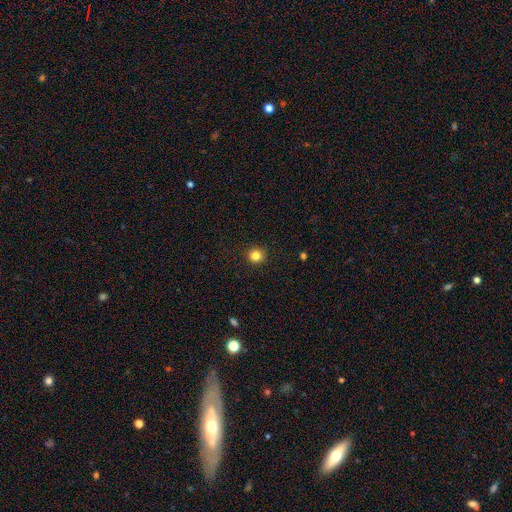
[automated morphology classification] smooth 83%, star or artifact 12%, featured or disk 5%. Down the decision tree: how rounded — round (92%); merging — none (92%).